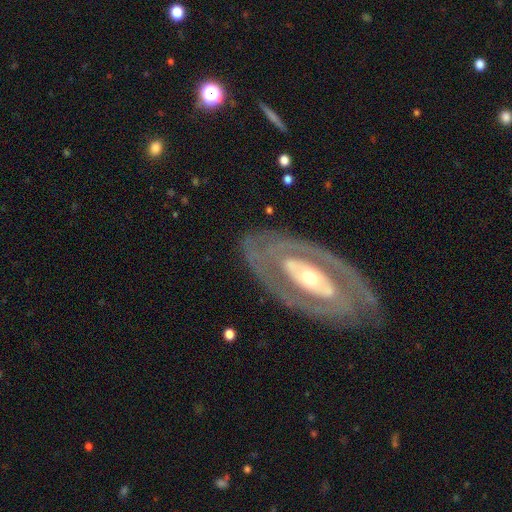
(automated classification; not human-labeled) Q: Smooth or featured?
A: featured or disk (80%); runner-up: smooth (15%)
Q: Edge-on disk?
A: no (90%); runner-up: yes (10%)
Q: Bar?
A: no (65%); runner-up: weak (18%)
Q: Spiral arms?
A: yes (53%); runner-up: no (47%)
Q: Bulge size?
A: moderate (59%); runner-up: small (29%)
Q: Merging?
A: none (80%); runner-up: minor disturbance (12%)